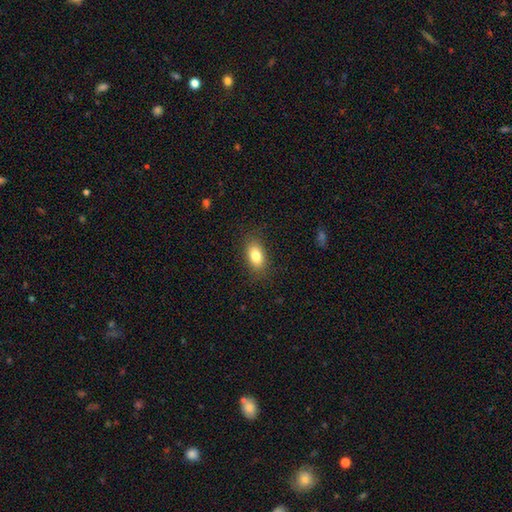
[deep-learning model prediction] smooth-or-featured: smooth: 82% | featured or disk: 9% | star or artifact: 8%
  how-rounded: in between: 88% | round: 8% | cigar-shaped: 4%
  merging: none: 85% | minor disturbance: 11% | major disturbance: 3% | merger: 1%